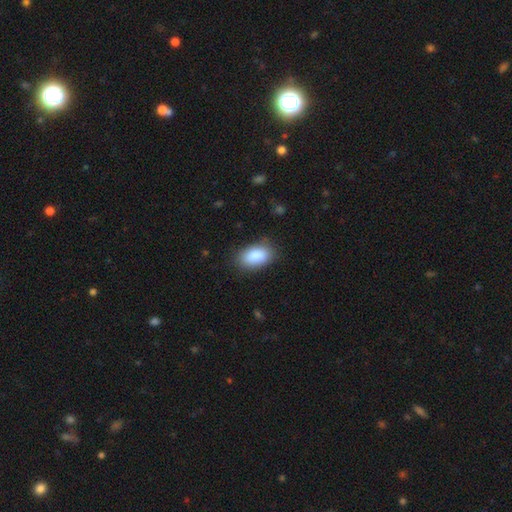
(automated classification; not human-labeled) A smooth galaxy with no disk features (89%) that is in between round and cigar-shaped (94%).

Vote fractions:
- Smooth or featured? smooth: 89% / star or artifact: 7% / featured or disk: 4%
- How rounded? in between: 94% / round: 5% / cigar-shaped: 2%
- Merging? none: 83% / minor disturbance: 12% / major disturbance: 3% / merger: 1%